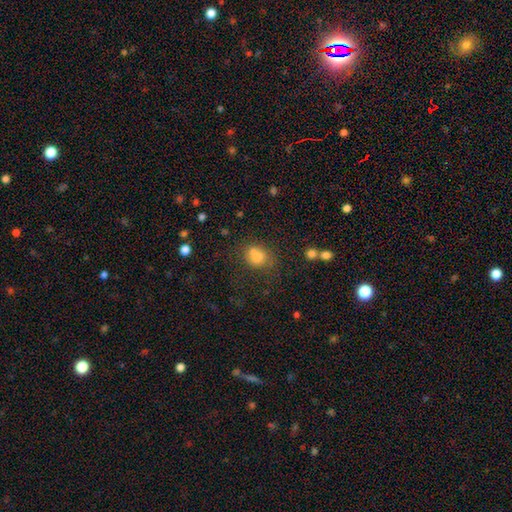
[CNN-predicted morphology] Overall: smooth (74%). How rounded: round (70%). Merging: none (51%; merger 29%).